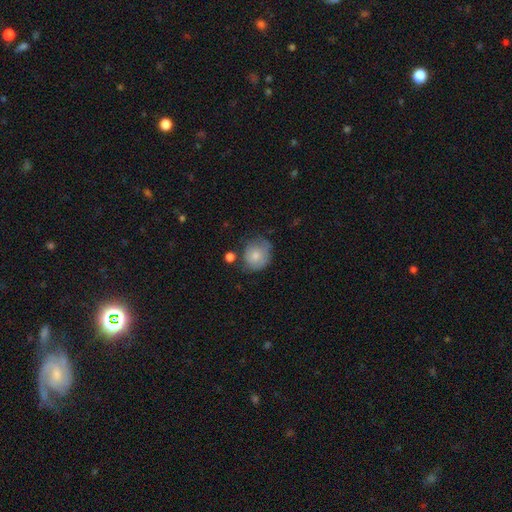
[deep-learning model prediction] Morphology: type=smooth (75%); roundness=round (77%); merging=none (53%).